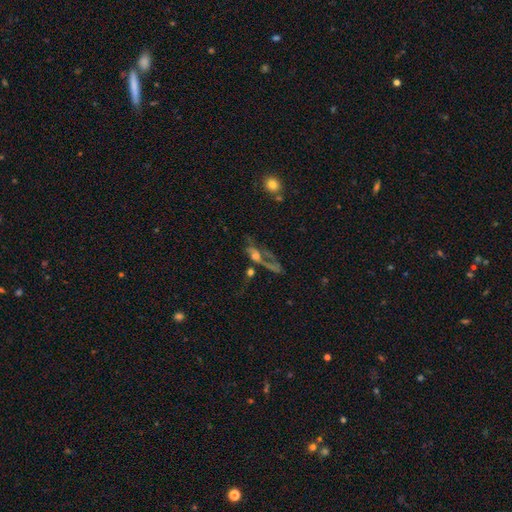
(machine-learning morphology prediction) Overall: featured or disk (56%; smooth 25%). Edge-on disk: no (82%). Merging: major disturbance (41%; none 25%).